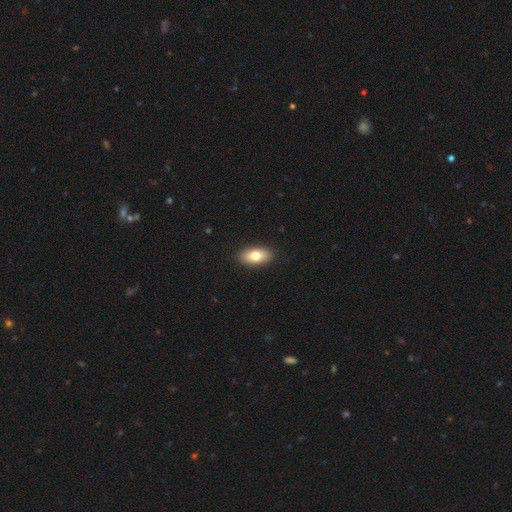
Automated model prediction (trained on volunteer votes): smooth-or-featured: smooth: 76% | featured or disk: 17% | star or artifact: 7%
  how-rounded: in between: 90% | round: 5% | cigar-shaped: 5%
  merging: none: 90% | minor disturbance: 7% | major disturbance: 2% | merger: 1%